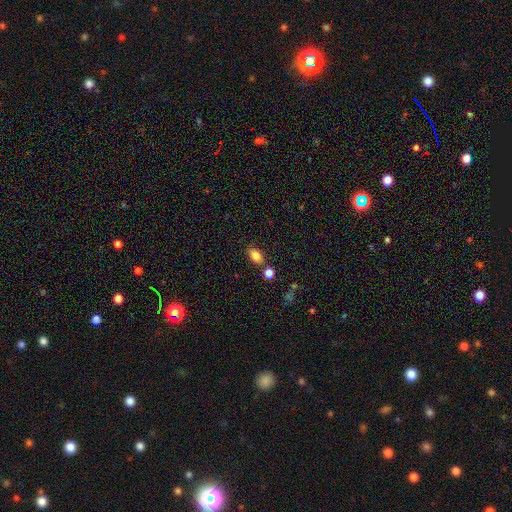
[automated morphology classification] A smooth galaxy with no disk features (82%) that is in between round and cigar-shaped (84%). Merging: none (75%).